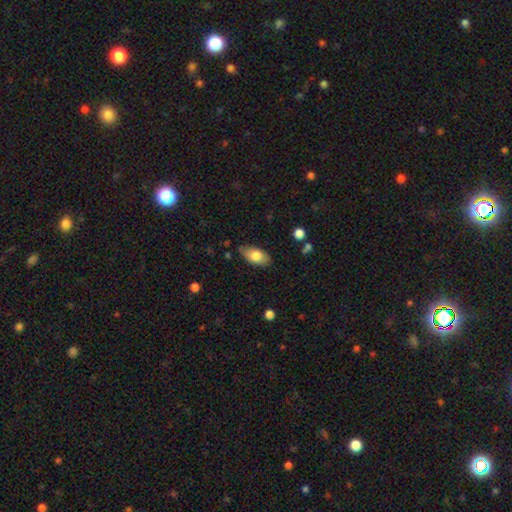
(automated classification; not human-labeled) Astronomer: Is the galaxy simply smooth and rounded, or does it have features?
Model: smooth — 76%.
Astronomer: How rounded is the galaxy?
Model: in between — 92%.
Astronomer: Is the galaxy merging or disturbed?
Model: none — 76%.